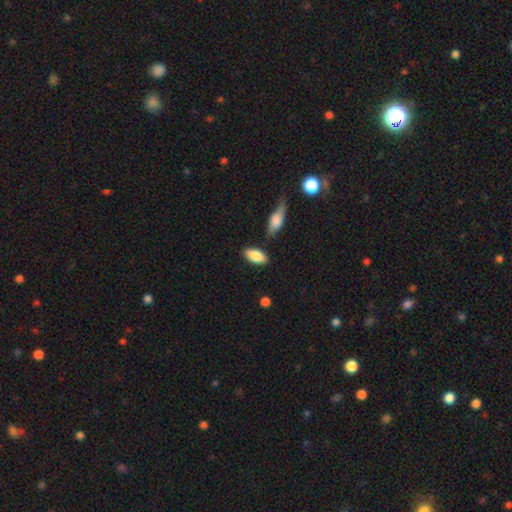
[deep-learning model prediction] smooth 86%, featured or disk 8%, star or artifact 6%. Down the decision tree: how rounded — in between (91%); merging — none (78%).